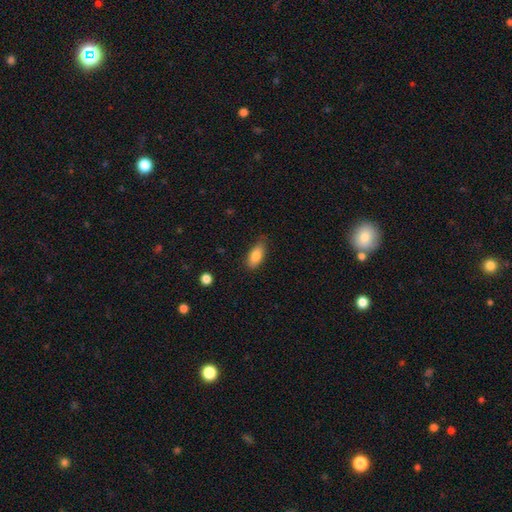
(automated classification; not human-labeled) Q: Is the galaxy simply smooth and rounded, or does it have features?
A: smooth — 83%.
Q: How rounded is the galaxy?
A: in between — 86%.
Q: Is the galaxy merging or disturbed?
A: none — 77%.